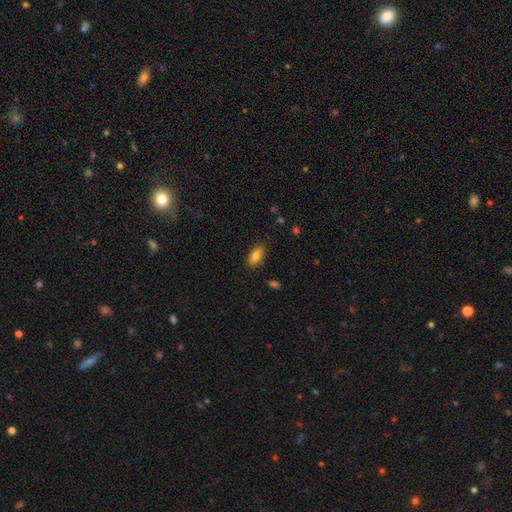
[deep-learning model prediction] smooth_or_featured: smooth (p=0.81) [alt: featured or disk p=0.10]
how_rounded: in between (p=0.85) [alt: cigar-shaped p=0.11]
merging: none (p=0.85) [alt: minor disturbance p=0.11]